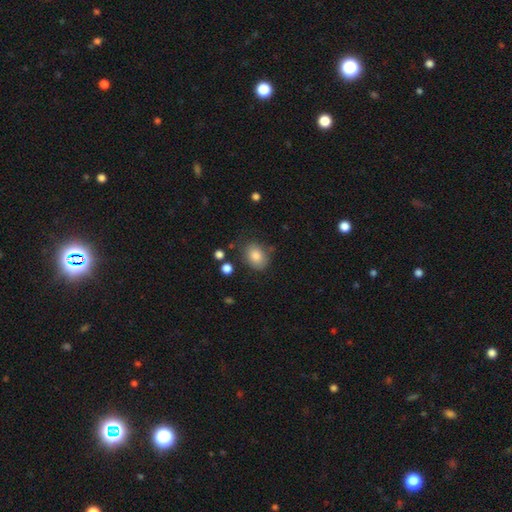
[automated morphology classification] smooth 83%, star or artifact 8%, featured or disk 8%. Down the decision tree: how rounded — in between (61%); merging — none (74%).